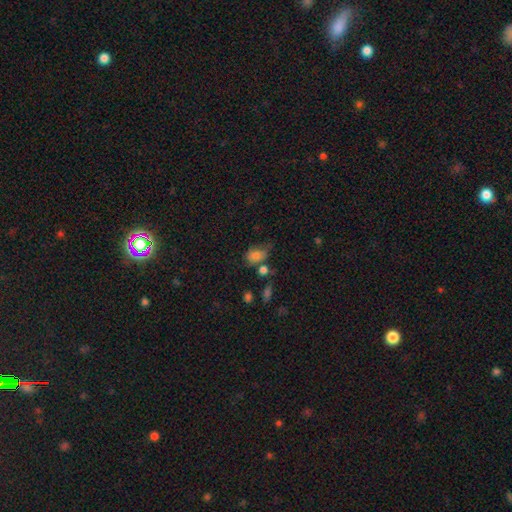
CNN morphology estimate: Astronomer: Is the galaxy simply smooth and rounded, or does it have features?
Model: smooth — 76%.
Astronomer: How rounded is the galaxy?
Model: in between — 74%.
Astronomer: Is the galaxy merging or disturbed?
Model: none — 39% (runner-up: minor disturbance, 30%).